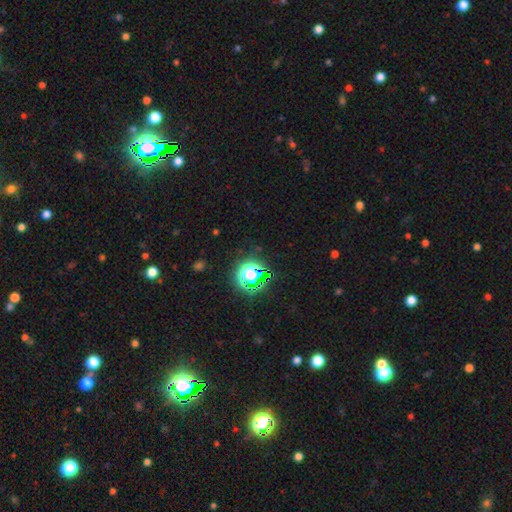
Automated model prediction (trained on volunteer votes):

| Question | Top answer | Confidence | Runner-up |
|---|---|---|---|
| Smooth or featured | star or artifact | 80% | smooth (13%) |